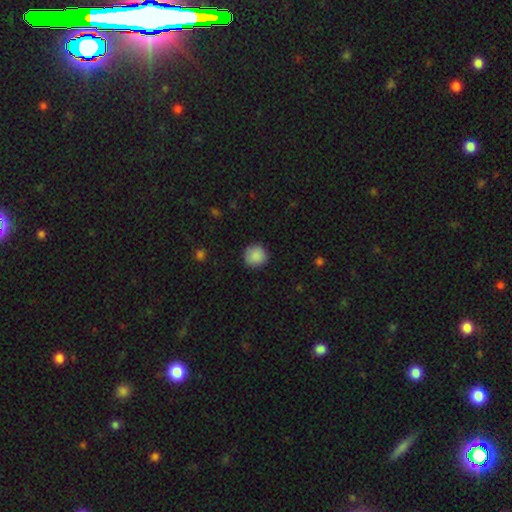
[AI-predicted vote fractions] Overall: smooth (89%). How rounded: round (93%). Merging: none (89%).